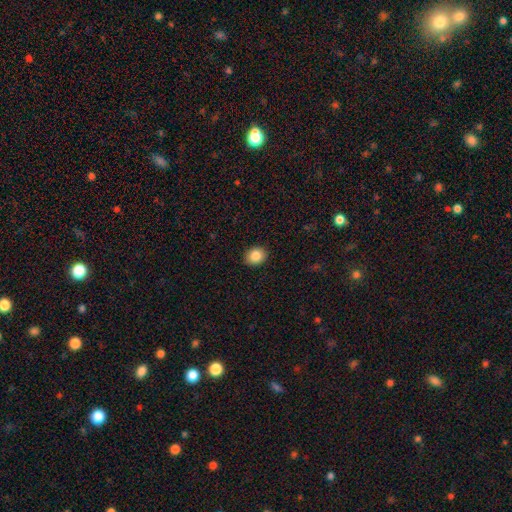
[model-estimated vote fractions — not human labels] Smooth or featured?
  - smooth: 86% *
  - star or artifact: 9%
  - featured or disk: 5%
How rounded?
  - round: 56% *
  - in between: 43%
  - cigar-shaped: 1%
Merging?
  - none: 90% *
  - minor disturbance: 7%
  - major disturbance: 2%
  - merger: 1%